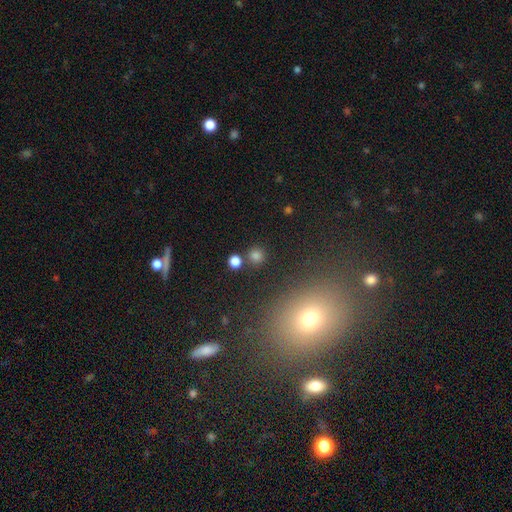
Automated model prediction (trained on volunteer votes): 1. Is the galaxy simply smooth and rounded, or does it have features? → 79% smooth, 16% star or artifact, 5% featured or disk.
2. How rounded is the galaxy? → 93% round, 6% in between, 1% cigar-shaped.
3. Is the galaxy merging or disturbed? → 84% none, 8% merger, 6% minor disturbance, 3% major disturbance.